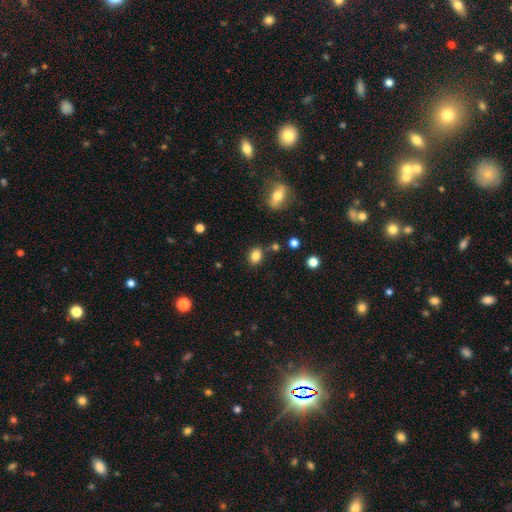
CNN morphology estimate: This is clearly a smooth galaxy (83%). How rounded: likely in between (70%). Merging: clearly none (80%).